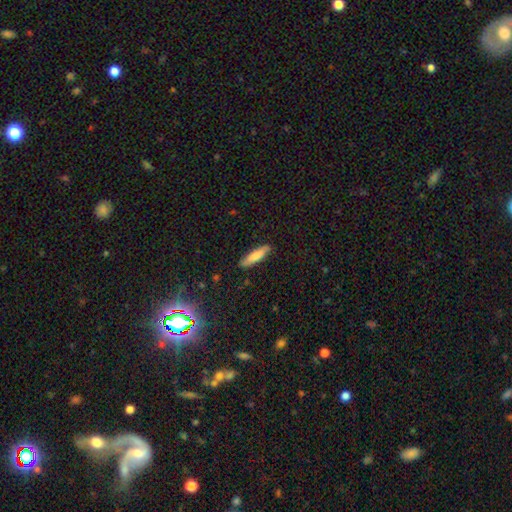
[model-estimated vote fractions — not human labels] A smooth galaxy with no disk features (75%) that is cigar-shaped (75%).

Vote fractions:
- Smooth or featured? smooth: 75% / featured or disk: 19% / star or artifact: 6%
- How rounded? cigar-shaped: 75% / in between: 23% / round: 1%
- Merging? none: 88% / minor disturbance: 9% / major disturbance: 2% / merger: 1%